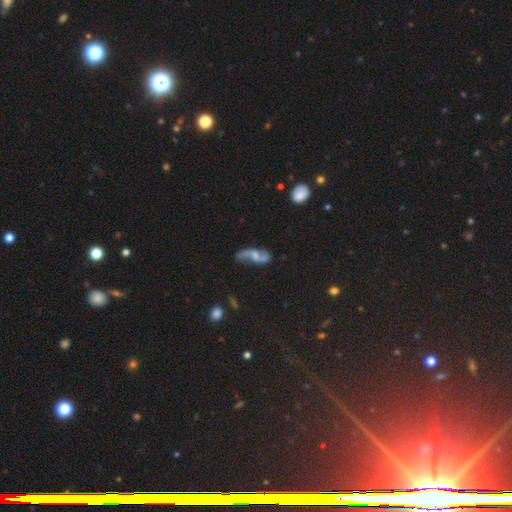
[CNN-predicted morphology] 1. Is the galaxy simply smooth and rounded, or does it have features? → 73% featured or disk, 19% smooth, 8% star or artifact.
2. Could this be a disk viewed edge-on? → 93% no, 7% yes.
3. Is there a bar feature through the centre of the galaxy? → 50% no, 39% weak, 10% strong.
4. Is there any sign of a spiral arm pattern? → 87% yes, 13% no.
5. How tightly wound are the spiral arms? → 80% loose, 16% medium, 4% tight.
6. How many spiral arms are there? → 88% 2, 5% 1, 4% can't tell, 1% 3, 1% 4, 1% more than 4.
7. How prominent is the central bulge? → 33% small, 31% moderate, 28% none, 6% large, 2% dominant.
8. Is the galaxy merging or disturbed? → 51% none, 22% minor disturbance, 17% major disturbance, 10% merger.